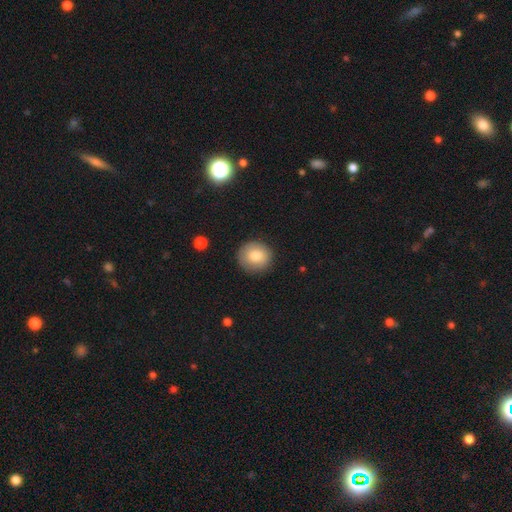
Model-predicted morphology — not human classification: This is clearly a smooth galaxy (80%). How rounded: clearly round (91%). Merging: clearly none (89%).